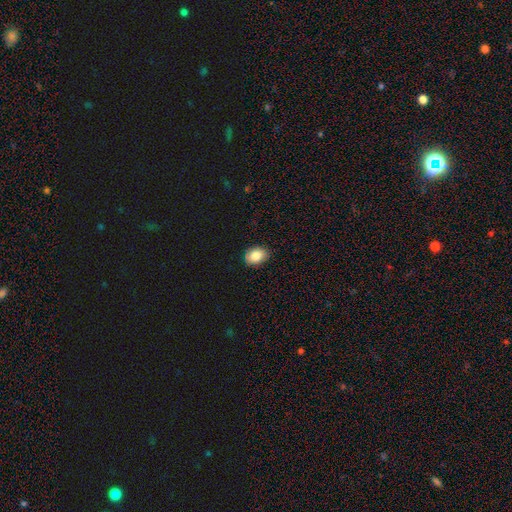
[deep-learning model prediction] This appears to be a smooth galaxy with no disk features (83%) that is in between round and cigar-shaped (71%). Merging: none (86%).